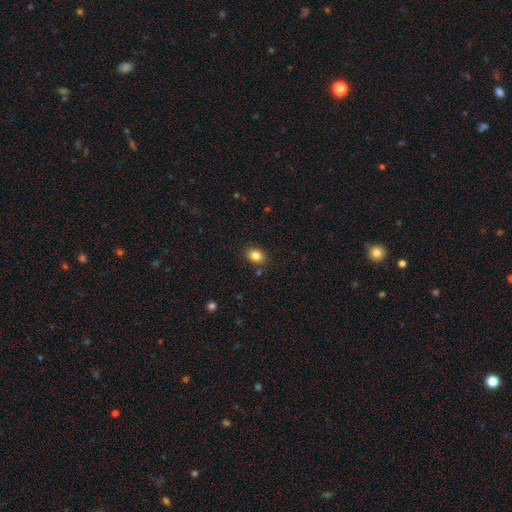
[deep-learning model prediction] A smooth galaxy with no disk features (84%) that is in between round and cigar-shaped (59%).

Vote fractions:
- Smooth or featured? smooth: 84% / star or artifact: 10% / featured or disk: 6%
- How rounded? in between: 59% / round: 40% / cigar-shaped: 1%
- Merging? none: 85% / minor disturbance: 10% / merger: 3% / major disturbance: 3%